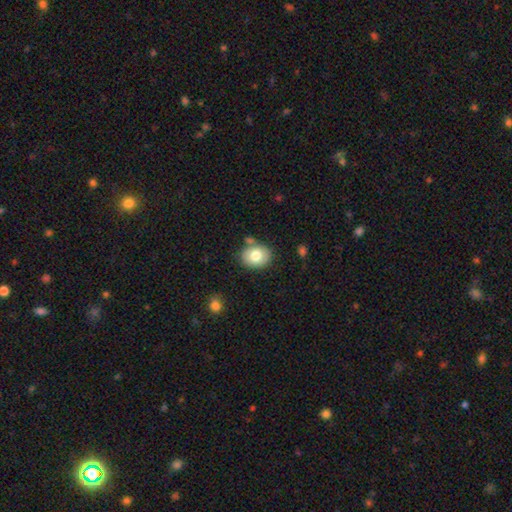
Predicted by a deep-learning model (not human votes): Morphology: type=smooth (75%); roundness=in between (55%); merging=none (74%).